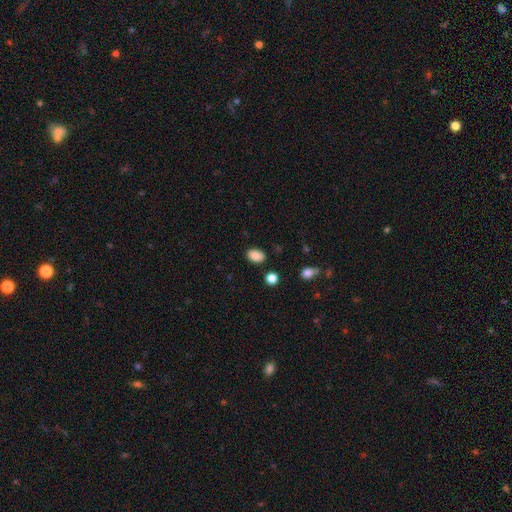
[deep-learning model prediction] Q: Smooth or featured?
A: smooth (87%); runner-up: star or artifact (9%)
Q: How rounded?
A: in between (84%); runner-up: round (14%)
Q: Merging?
A: none (84%); runner-up: minor disturbance (11%)